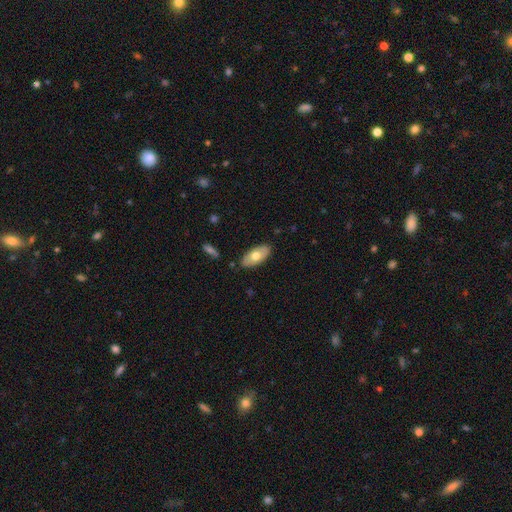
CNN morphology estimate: The model was most divided on "smooth or featured": smooth: 64%, featured or disk: 31%, star or artifact: 6%. More confident: how rounded — in between (91%); merging — none (85%).